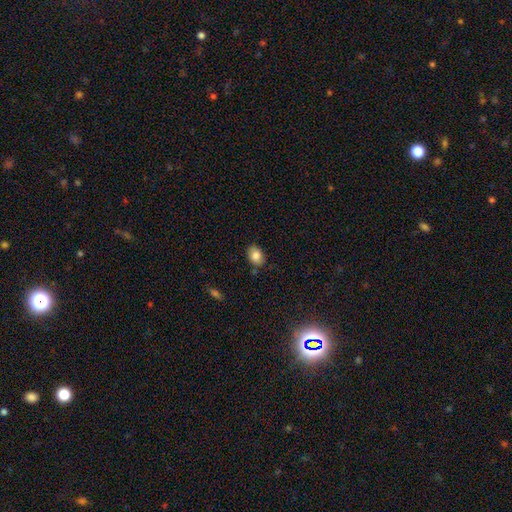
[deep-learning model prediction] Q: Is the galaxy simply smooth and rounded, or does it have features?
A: smooth — 84%.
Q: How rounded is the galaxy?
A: in between — 71%.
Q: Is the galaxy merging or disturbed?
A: none — 81%.